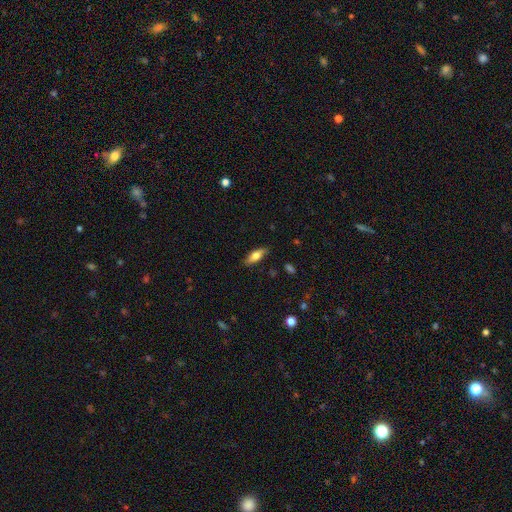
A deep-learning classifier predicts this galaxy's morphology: A smooth galaxy with no disk features (68%) that is in between round and cigar-shaped (65%). Merging: none (86%).